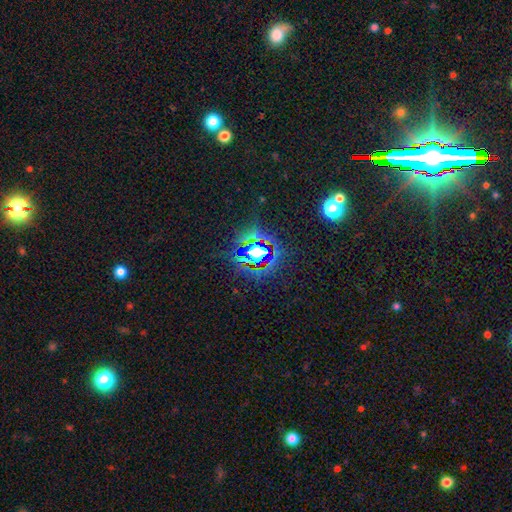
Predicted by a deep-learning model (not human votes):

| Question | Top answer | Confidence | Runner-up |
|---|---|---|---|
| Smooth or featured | star or artifact | 68% | smooth (20%) |